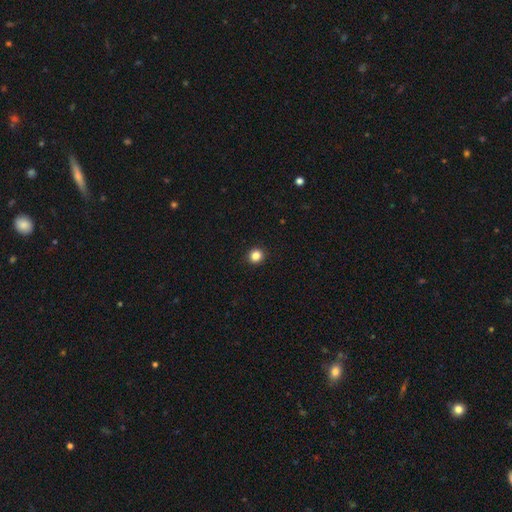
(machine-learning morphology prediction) A smooth galaxy with no disk features (85%) that is round (90%).

Vote fractions:
- Smooth or featured? smooth: 85% / star or artifact: 11% / featured or disk: 4%
- How rounded? round: 90% / in between: 9% / cigar-shaped: 1%
- Merging? none: 93% / minor disturbance: 4% / major disturbance: 2% / merger: 1%